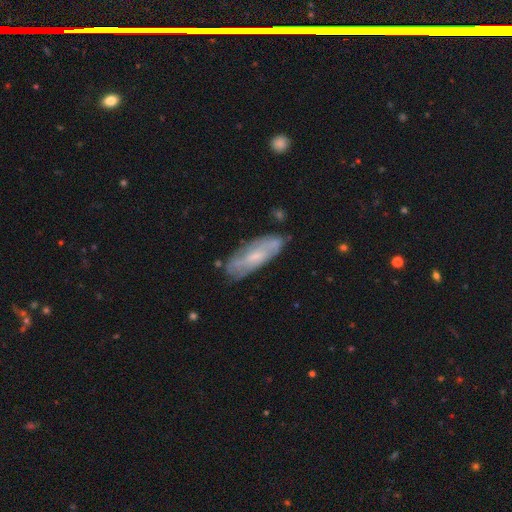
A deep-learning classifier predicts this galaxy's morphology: Smooth or featured? Predicted: featured or disk (p=0.53). Edge-on disk? Predicted: no (p=0.77). Merging? Predicted: none (p=0.74).